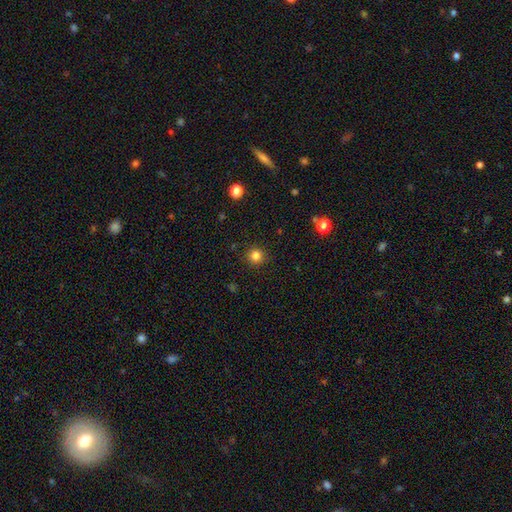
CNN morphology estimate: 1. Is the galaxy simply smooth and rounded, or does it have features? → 82% smooth, 13% star or artifact, 5% featured or disk.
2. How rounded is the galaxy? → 94% round, 5% in between, 1% cigar-shaped.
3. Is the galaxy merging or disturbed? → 91% none, 6% minor disturbance, 2% major disturbance, 1% merger.